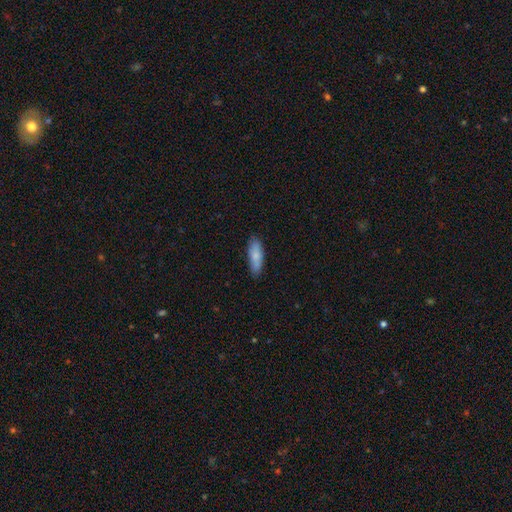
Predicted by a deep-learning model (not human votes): Smooth or featured? smooth (81%)
How rounded? cigar-shaped (50%)
Merging? none (83%)